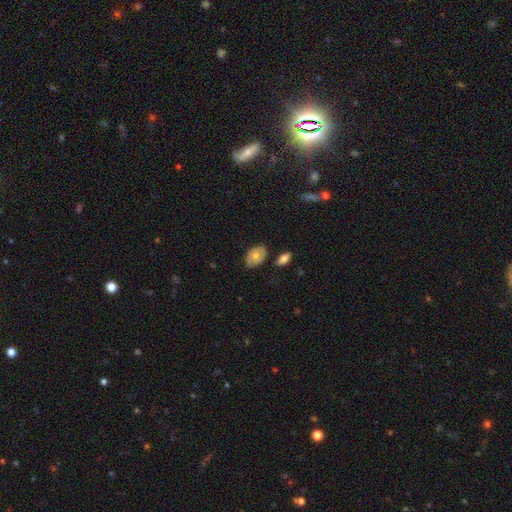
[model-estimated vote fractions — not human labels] This appears to be a smooth galaxy with no disk features (66%) that is in between round and cigar-shaped (84%). Merging: none (75%).